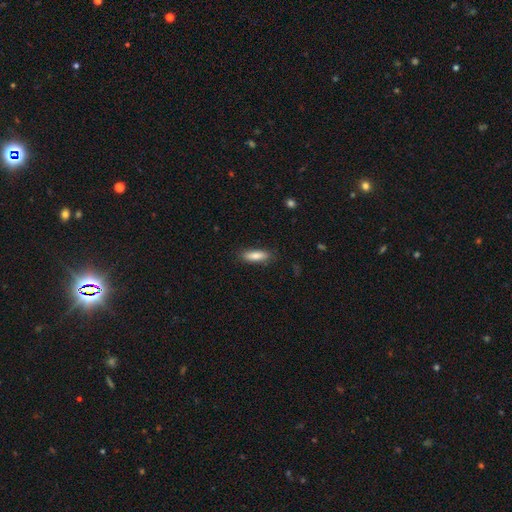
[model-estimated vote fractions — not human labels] Smooth or featured? Predicted: smooth (p=0.82). How rounded? Predicted: in between (p=0.51). Merging? Predicted: none (p=0.85).